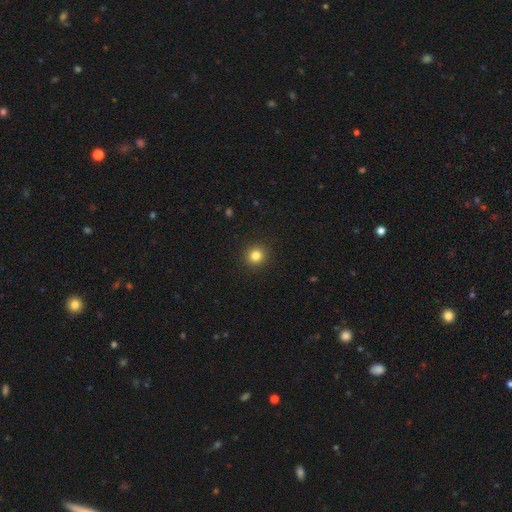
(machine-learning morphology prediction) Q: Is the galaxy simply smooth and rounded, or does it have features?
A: smooth — 82%.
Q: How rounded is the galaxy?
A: round — 93%.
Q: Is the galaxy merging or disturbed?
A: none — 93%.